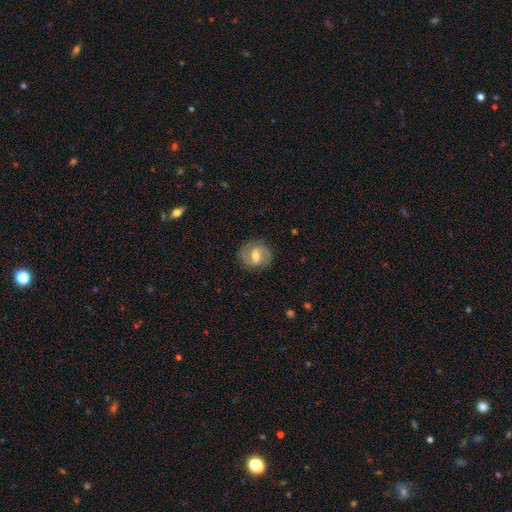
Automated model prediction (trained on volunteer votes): Overall: featured or disk (77%). Edge-on disk: no (97%). Bar: weak (54%; strong 30%). Spiral arms: yes (91%). Spiral arm count: 2 (88%). Spiral winding: medium (50%; tight 30%). Bulge size: moderate (64%; small 27%). Merging: none (83%).